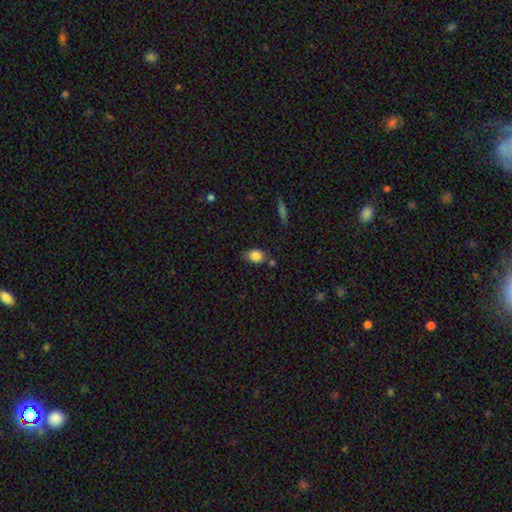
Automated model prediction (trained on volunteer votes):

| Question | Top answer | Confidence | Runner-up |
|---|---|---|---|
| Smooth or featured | smooth | 85% | star or artifact (9%) |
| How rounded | in between | 64% | round (34%) |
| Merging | none | 66% | minor disturbance (22%) |